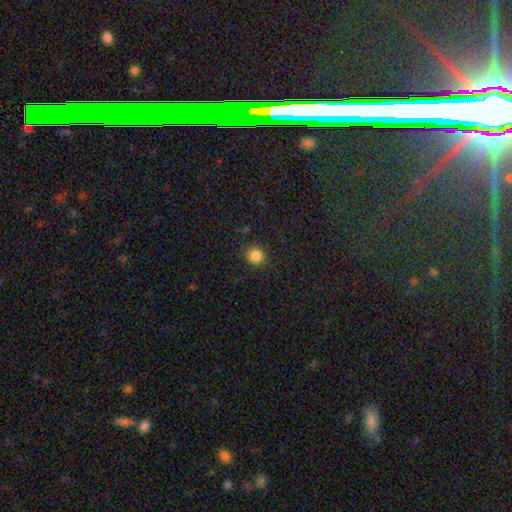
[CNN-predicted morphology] Smooth or featured: smooth — 85% (star or artifact — 11%)
How rounded: round — 88% (in between — 11%)
Merging: none — 89% (minor disturbance — 7%)